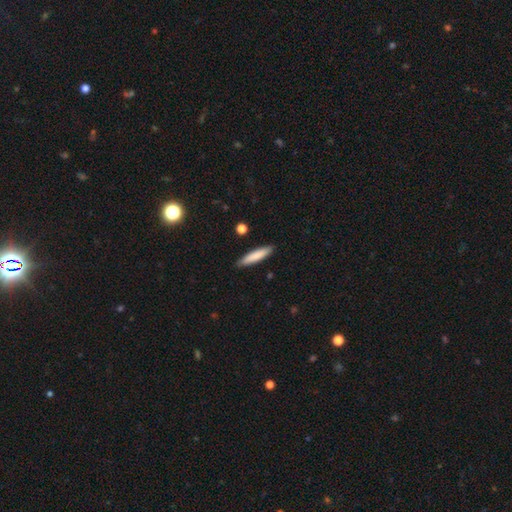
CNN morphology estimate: smooth 82%, featured or disk 12%, star or artifact 6%. Down the decision tree: how rounded — cigar-shaped (83%); merging — none (89%).